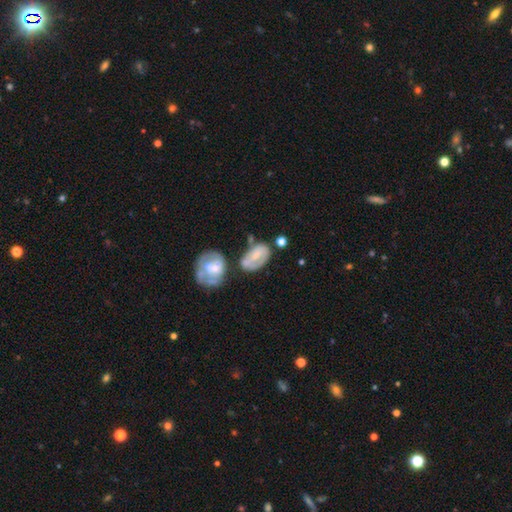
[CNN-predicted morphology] Smooth or featured?
  - featured or disk: 46% * (tied)
  - smooth: 46% * (tied)
  - star or artifact: 7%
Merging?
  - none: 37% *
  - merger: 26%
  - minor disturbance: 23%
  - major disturbance: 14%